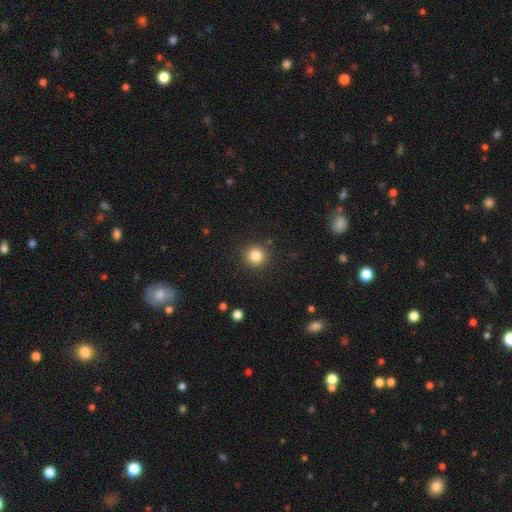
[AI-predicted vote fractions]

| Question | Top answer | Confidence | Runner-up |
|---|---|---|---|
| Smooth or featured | smooth | 84% | star or artifact (11%) |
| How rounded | round | 94% | in between (5%) |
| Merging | none | 90% | minor disturbance (6%) |